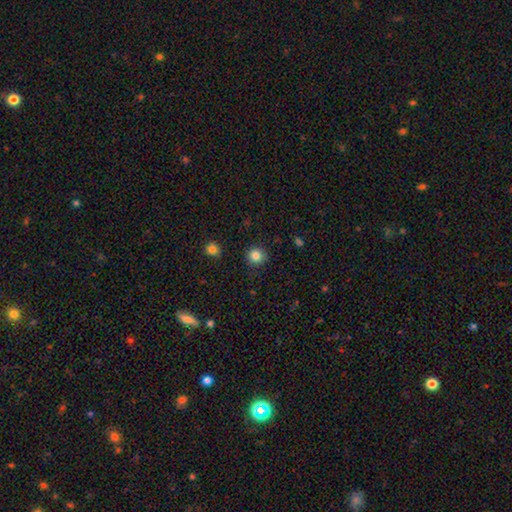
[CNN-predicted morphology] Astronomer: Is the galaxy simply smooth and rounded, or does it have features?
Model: smooth — 84%.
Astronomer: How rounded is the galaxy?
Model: round — 91%.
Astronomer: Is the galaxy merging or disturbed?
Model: none — 89%.